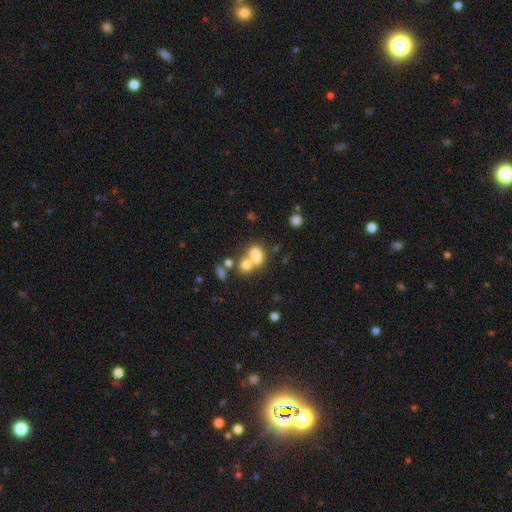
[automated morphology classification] Smooth or featured?
  - smooth: 76% *
  - featured or disk: 12%
  - star or artifact: 12%
How rounded?
  - in between: 75% *
  - round: 23%
  - cigar-shaped: 2%
Merging?
  - merger: 52% *
  - none: 33%
  - minor disturbance: 9%
  - major disturbance: 6%